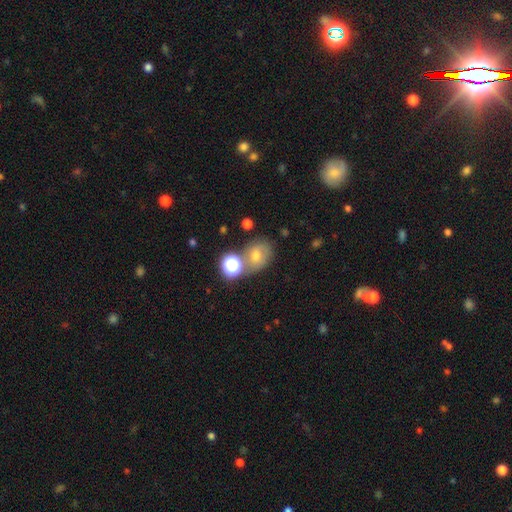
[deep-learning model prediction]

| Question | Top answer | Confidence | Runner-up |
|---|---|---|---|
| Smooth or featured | smooth | 56% | featured or disk (23%) |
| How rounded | round | 56% | in between (43%) |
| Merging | none | 59% | merger (18%) |